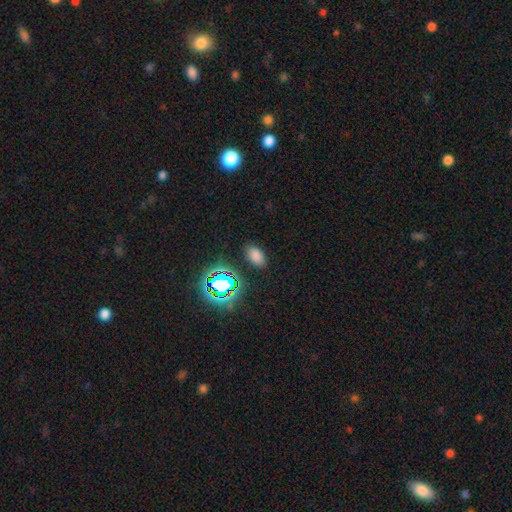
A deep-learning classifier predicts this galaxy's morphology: This appears to be a smooth galaxy with no disk features (71%) that is in between round and cigar-shaped (91%). Merging: none (86%).